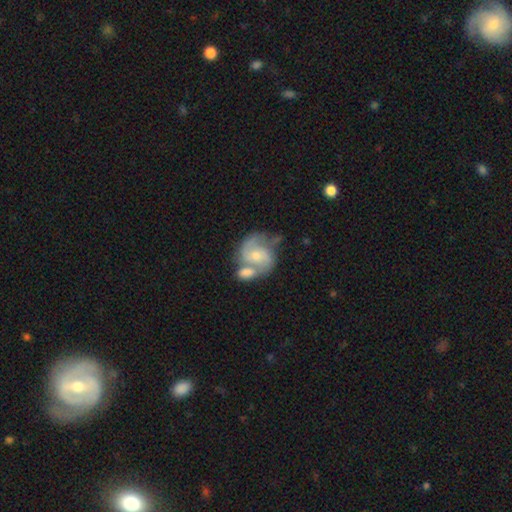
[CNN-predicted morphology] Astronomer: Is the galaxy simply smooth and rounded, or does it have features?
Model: featured or disk — 71%.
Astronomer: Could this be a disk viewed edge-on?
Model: no — 98%.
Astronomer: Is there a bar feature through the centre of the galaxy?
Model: no — 58% (runner-up: weak, 35%).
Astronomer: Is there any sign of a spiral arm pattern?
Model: yes — 89%.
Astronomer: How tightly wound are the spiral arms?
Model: medium — 51%.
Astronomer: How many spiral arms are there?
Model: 2 — 75%.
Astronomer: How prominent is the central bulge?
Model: moderate — 46% (runner-up: small, 45%).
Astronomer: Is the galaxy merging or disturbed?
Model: merger — 47% (runner-up: none, 29%).